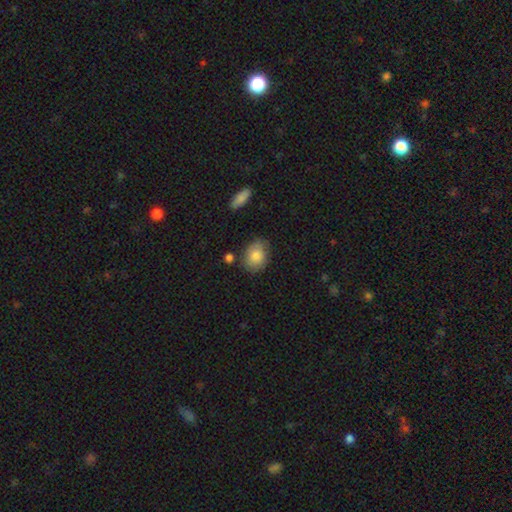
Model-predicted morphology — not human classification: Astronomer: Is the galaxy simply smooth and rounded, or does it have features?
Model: smooth — 83%.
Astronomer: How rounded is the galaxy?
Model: in between — 65%.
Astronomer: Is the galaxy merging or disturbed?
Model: none — 74%.